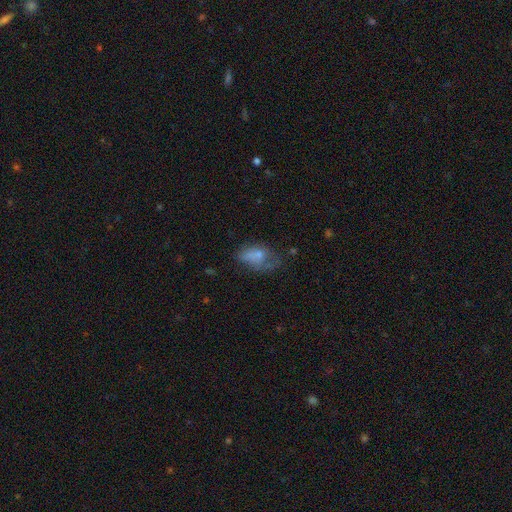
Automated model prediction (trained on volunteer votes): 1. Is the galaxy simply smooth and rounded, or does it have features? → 64% smooth, 24% featured or disk, 12% star or artifact.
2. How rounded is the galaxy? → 85% in between, 12% round, 3% cigar-shaped.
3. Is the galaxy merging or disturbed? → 33% major disturbance, 31% none, 28% minor disturbance, 8% merger.